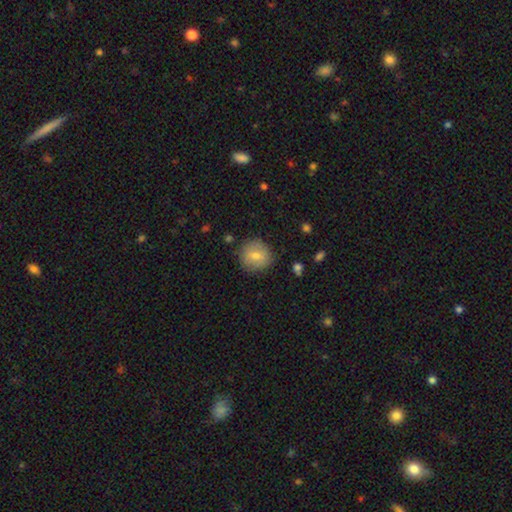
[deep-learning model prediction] The model was most divided on "smooth or featured": smooth: 69%, featured or disk: 22%, star or artifact: 9%. More confident: how rounded — round (90%); merging — none (84%).